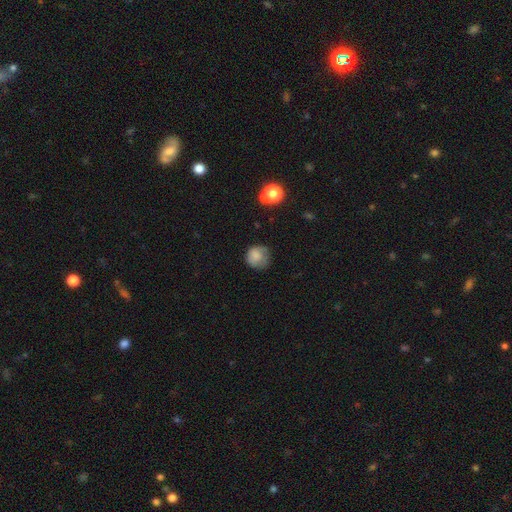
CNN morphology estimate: smooth_or_featured: smooth (p=0.77) [alt: featured or disk p=0.14]
how_rounded: round (p=0.86) [alt: in between p=0.13]
merging: none (p=0.60) [alt: minor disturbance p=0.28]